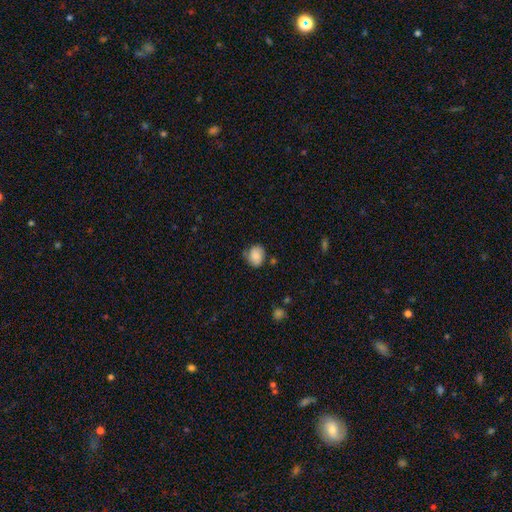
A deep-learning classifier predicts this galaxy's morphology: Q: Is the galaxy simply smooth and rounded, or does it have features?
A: smooth — 79%.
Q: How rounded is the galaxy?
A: round — 63%.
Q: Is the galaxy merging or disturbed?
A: none — 67%.